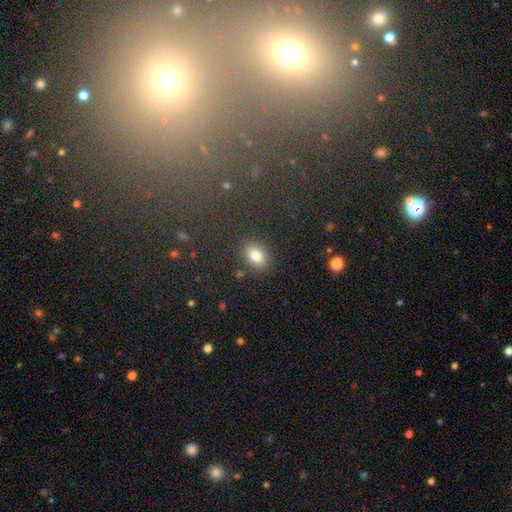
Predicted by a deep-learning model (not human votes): Smooth or featured: smooth — 82% (star or artifact — 10%)
How rounded: in between — 72% (round — 27%)
Merging: none — 83% (minor disturbance — 11%)